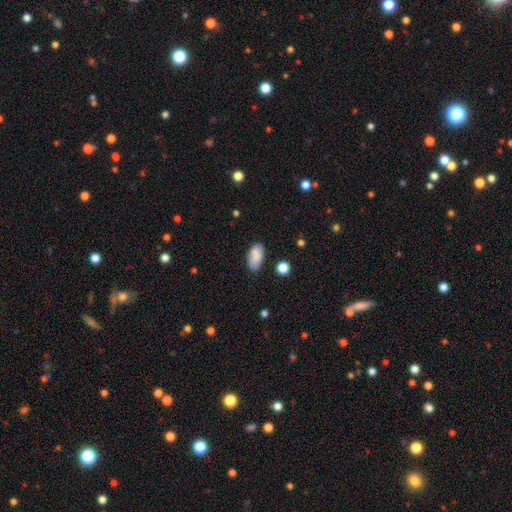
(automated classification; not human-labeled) Overall: smooth (80%). How rounded: in between (91%). Merging: none (67%).